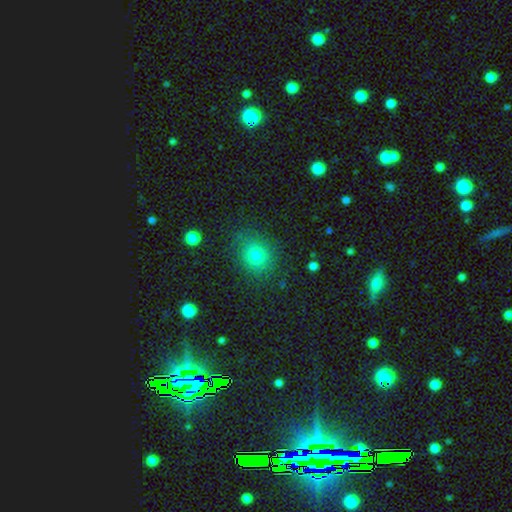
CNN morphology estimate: Smooth or featured?
  - smooth: 77% *
  - star or artifact: 14%
  - featured or disk: 8%
How rounded?
  - round: 77% *
  - in between: 22%
  - cigar-shaped: 1%
Merging?
  - none: 84% *
  - minor disturbance: 11%
  - major disturbance: 4%
  - merger: 2%